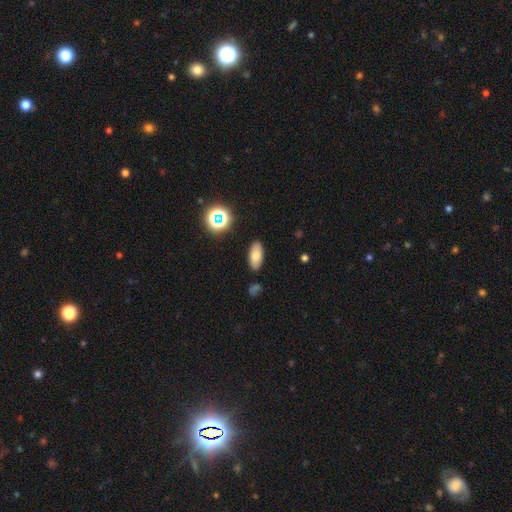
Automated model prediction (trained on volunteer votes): This appears to be a smooth galaxy with no disk features (78%) that is in between round and cigar-shaped (87%). Merging: none (86%).